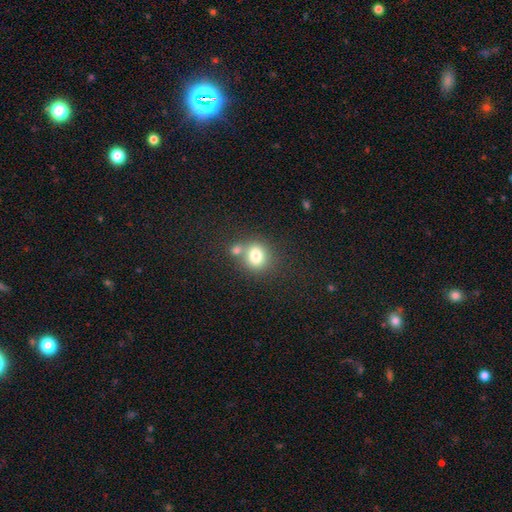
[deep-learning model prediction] Overall: smooth (79%). How rounded: round (74%). Merging: none (53%; merger 33%).